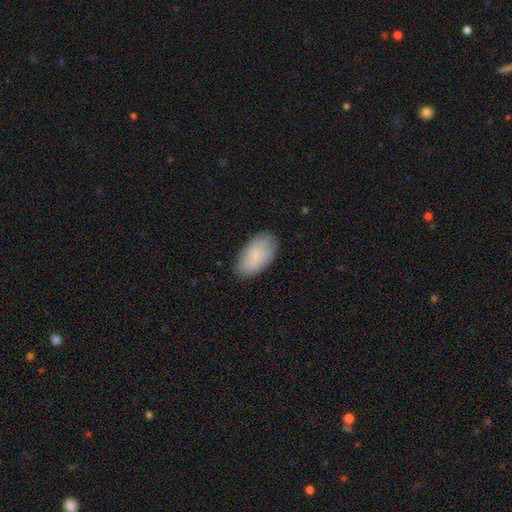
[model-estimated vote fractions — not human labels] smooth_or_featured: smooth (p=0.81) [alt: featured or disk p=0.12]
how_rounded: in between (p=0.95) [alt: round p=0.03]
merging: none (p=0.81) [alt: minor disturbance p=0.15]